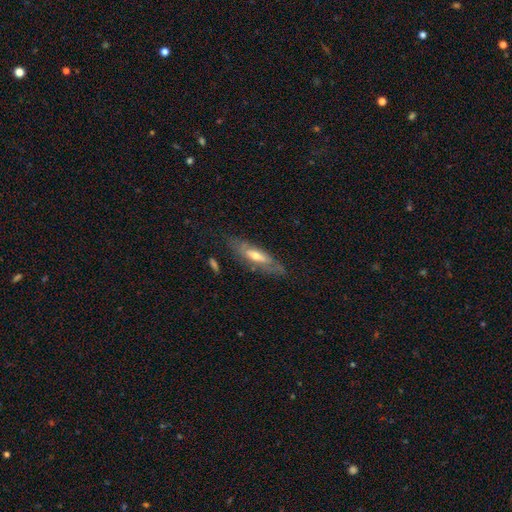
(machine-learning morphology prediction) This is possibly a featured or disk galaxy (58%). It is possibly not viewed edge-on (55%). Merging: likely none (73%).